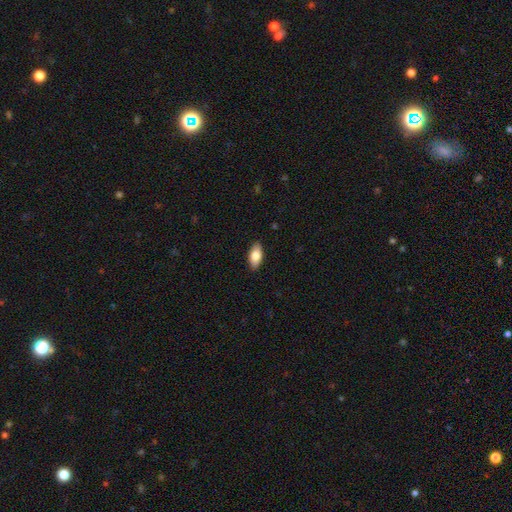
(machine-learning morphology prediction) The model was most divided on "smooth or featured": smooth: 81%, featured or disk: 12%, star or artifact: 6%. More confident: how rounded — in between (90%); merging — none (89%).